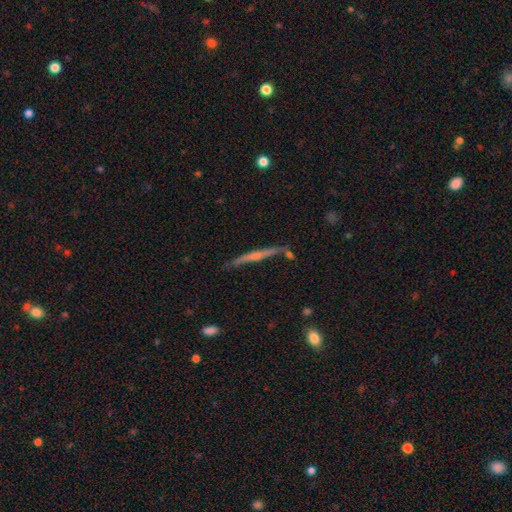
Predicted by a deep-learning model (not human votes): Smooth or featured: featured or disk — 65% (smooth — 22%)
Edge-on disk: yes — 93% (no — 7%)
Edge-on bulge: rounded — 64% (none — 27%)
Merging: none — 80% (minor disturbance — 12%)